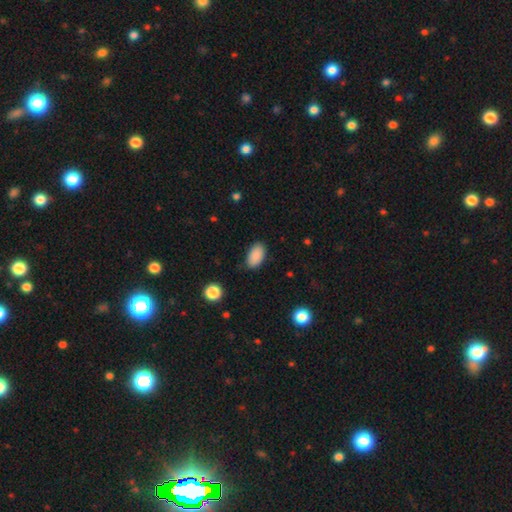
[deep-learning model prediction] A smooth galaxy with no disk features (89%) that is in between round and cigar-shaped (94%). Merging: none (84%).